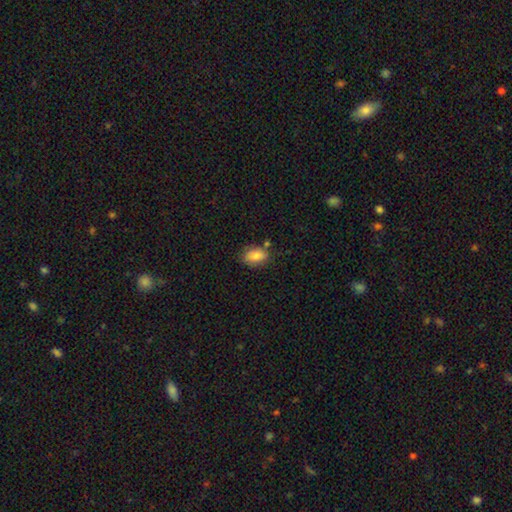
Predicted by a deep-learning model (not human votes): Overall: smooth (82%). How rounded: in between (87%). Merging: none (73%).